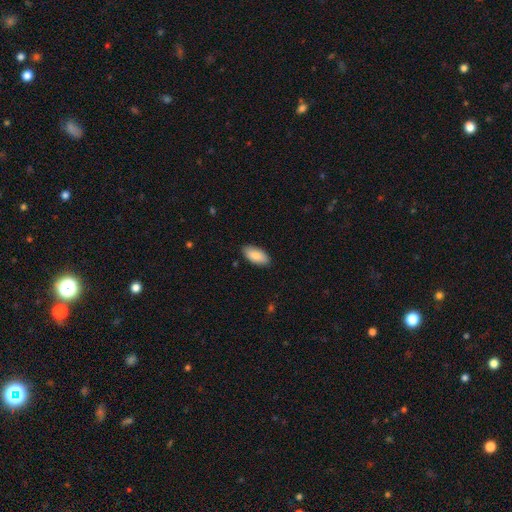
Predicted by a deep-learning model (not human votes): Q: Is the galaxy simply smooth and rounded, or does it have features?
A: smooth — 85%.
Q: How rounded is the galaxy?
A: in between — 93%.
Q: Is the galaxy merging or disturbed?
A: none — 87%.